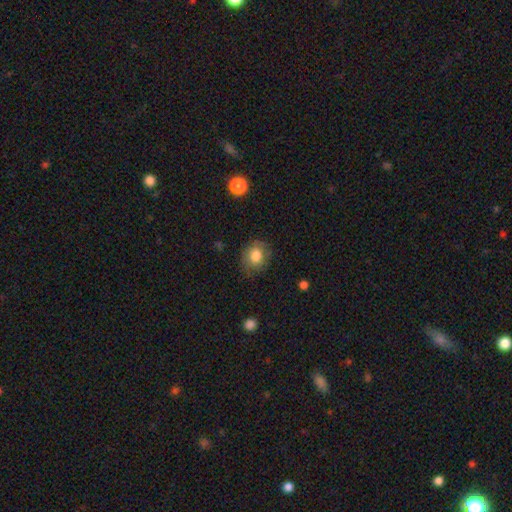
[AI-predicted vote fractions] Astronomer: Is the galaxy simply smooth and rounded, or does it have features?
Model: smooth — 80%.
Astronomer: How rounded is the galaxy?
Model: round — 63%.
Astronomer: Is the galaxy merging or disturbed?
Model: none — 79%.